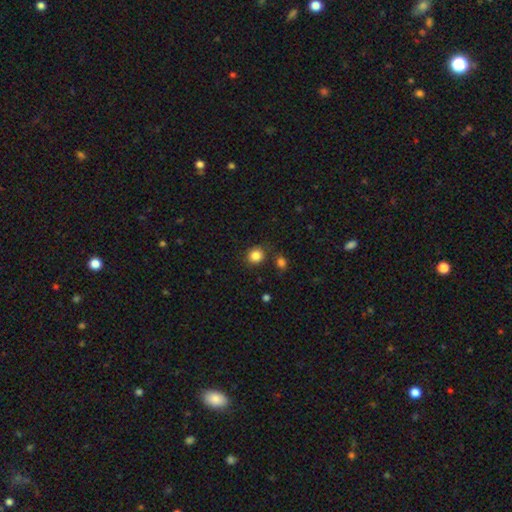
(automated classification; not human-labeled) smooth-or-featured: smooth: 85% | star or artifact: 11% | featured or disk: 4%
  how-rounded: round: 82% | in between: 17% | cigar-shaped: 1%
  merging: none: 81% | minor disturbance: 10% | merger: 6% | major disturbance: 3%